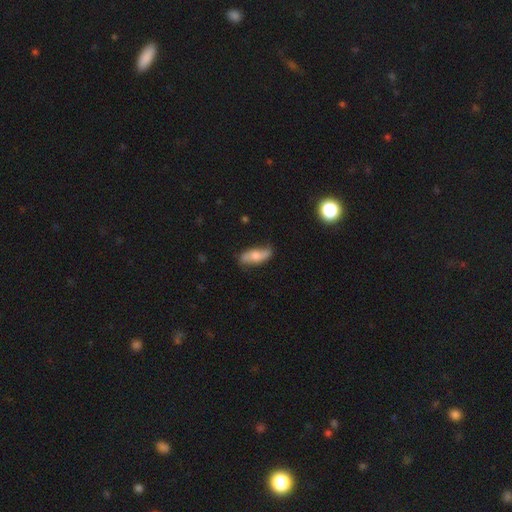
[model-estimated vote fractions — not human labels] Smooth or featured? Predicted: smooth (p=0.53). How rounded? Predicted: in between (p=0.70). Merging? Predicted: none (p=0.75).